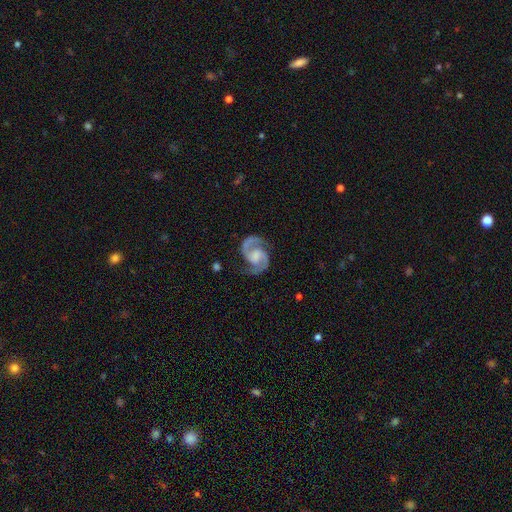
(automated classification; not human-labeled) Q: Smooth or featured?
A: featured or disk (93%); runner-up: star or artifact (4%)
Q: Edge-on disk?
A: no (98%); runner-up: yes (2%)
Q: Bar?
A: no (44%); runner-up: weak (43%)
Q: Spiral arms?
A: yes (98%); runner-up: no (2%)
Q: Spiral winding?
A: medium (64%); runner-up: tight (22%)
Q: Spiral arm count?
A: 2 (94%); runner-up: can't tell (1%)
Q: Bulge size?
A: moderate (34%); runner-up: none (31%)
Q: Merging?
A: none (78%); runner-up: minor disturbance (15%)